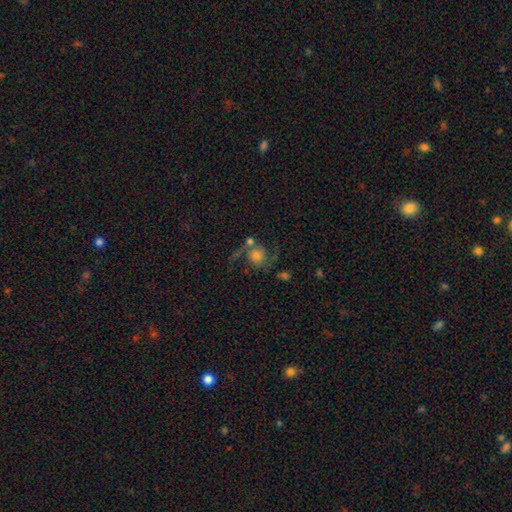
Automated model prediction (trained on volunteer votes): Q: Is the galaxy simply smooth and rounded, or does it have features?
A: featured or disk — 70%.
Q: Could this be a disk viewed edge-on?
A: no — 98%.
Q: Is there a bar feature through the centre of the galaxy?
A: no — 75%.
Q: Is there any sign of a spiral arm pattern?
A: yes — 94%.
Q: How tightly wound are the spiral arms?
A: loose — 59%.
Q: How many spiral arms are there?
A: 2 — 91%.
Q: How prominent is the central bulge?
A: moderate — 42%.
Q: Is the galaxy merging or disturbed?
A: none — 54%.